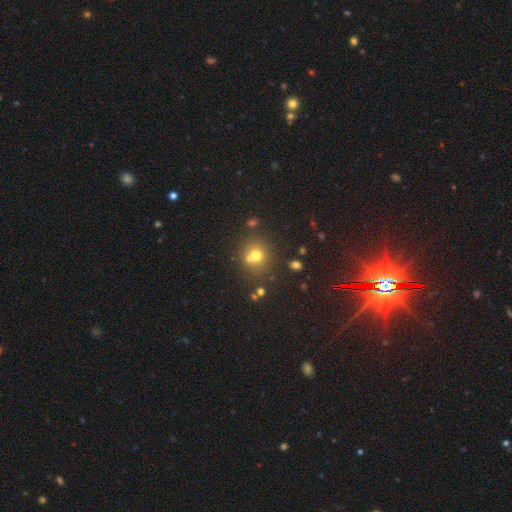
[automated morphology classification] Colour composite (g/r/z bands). It shows a smooth galaxy with no disk features (66%) that is round (85%). Merging: none (59%).